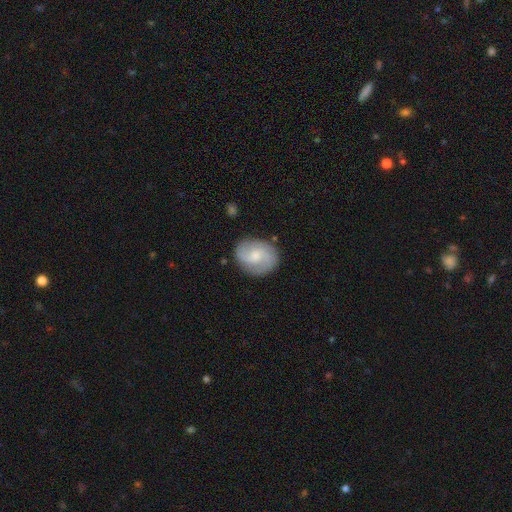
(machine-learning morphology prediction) Smooth or featured: featured or disk — 70% (smooth — 24%)
Edge-on disk: no — 98% (yes — 2%)
Bar: no — 52% (weak — 42%)
Spiral arms: yes — 95% (no — 5%)
Spiral winding: medium — 50% (tight — 26%)
Spiral arm count: 2 — 71% (3 — 12%)
Bulge size: small — 46% (moderate — 44%)
Merging: none — 81% (minor disturbance — 14%)